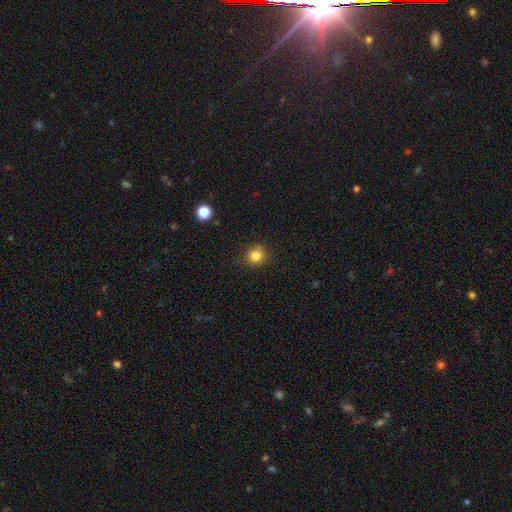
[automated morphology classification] Smooth or featured: smooth — 81% (star or artifact — 13%)
How rounded: round — 89% (in between — 10%)
Merging: none — 83% (minor disturbance — 11%)